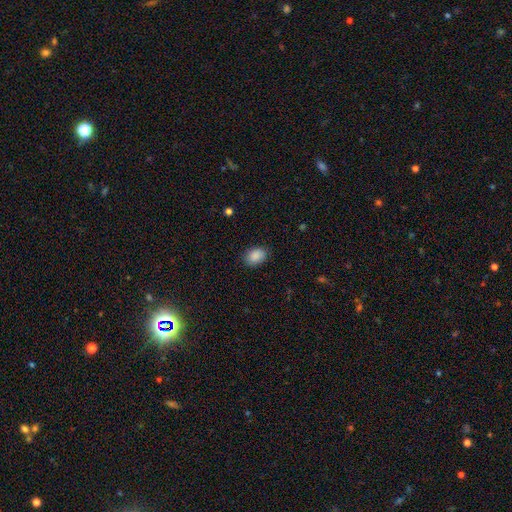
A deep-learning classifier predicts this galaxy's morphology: smooth-or-featured: smooth: 89% | star or artifact: 8% | featured or disk: 4%
  how-rounded: in between: 76% | round: 23% | cigar-shaped: 1%
  merging: none: 86% | minor disturbance: 10% | major disturbance: 3% | merger: 1%